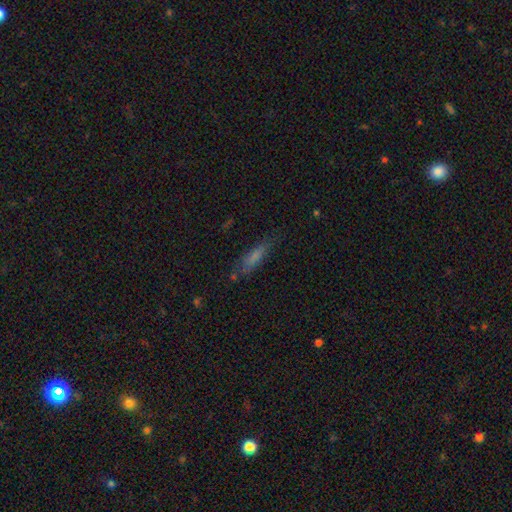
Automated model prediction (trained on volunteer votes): Q: Smooth or featured?
A: smooth (64%); runner-up: featured or disk (24%)
Q: How rounded?
A: cigar-shaped (72%); runner-up: in between (25%)
Q: Merging?
A: none (69%); runner-up: minor disturbance (21%)